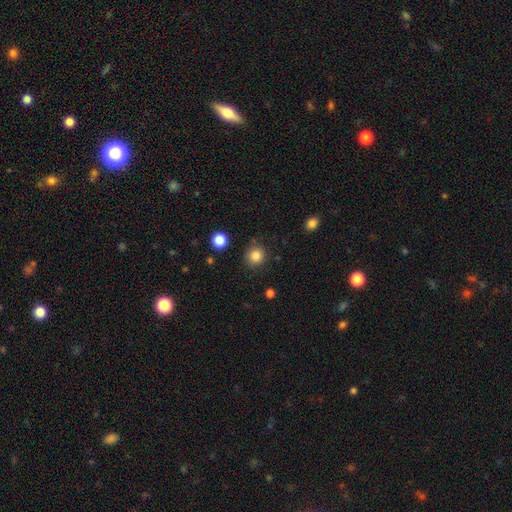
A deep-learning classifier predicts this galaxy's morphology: type=smooth (85%); roundness=round (85%); merging=none (83%).